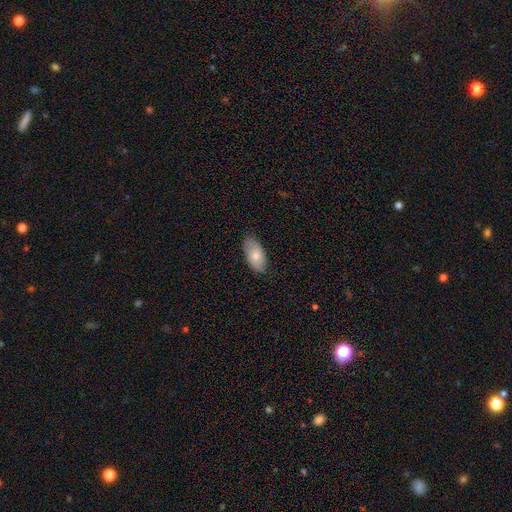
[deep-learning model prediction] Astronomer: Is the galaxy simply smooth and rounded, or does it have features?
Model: smooth — 75%.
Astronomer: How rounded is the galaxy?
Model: in between — 93%.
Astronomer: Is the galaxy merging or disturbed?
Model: none — 83%.